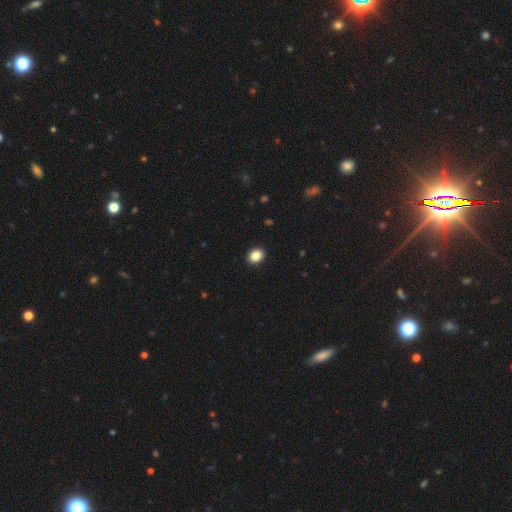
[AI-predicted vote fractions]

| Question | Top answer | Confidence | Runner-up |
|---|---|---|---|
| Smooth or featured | smooth | 87% | star or artifact (9%) |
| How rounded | round | 54% | in between (45%) |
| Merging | none | 92% | minor disturbance (5%) |